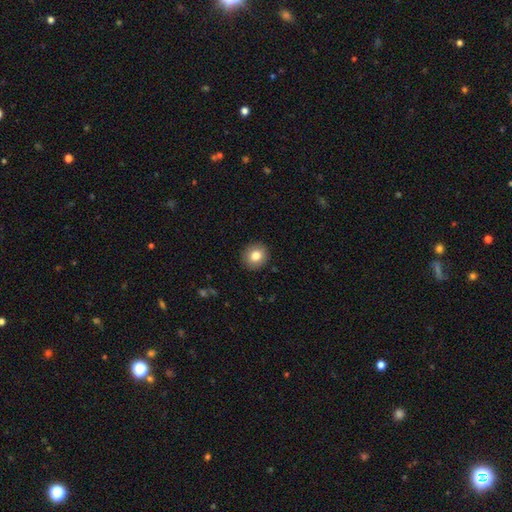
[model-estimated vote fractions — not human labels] Morphology: type=smooth (82%); roundness=round (84%); merging=none (91%).